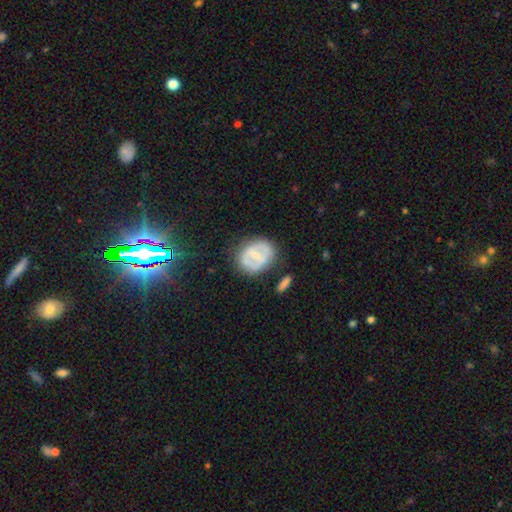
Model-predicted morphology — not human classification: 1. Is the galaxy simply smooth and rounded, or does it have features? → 57% featured or disk, 36% smooth, 7% star or artifact.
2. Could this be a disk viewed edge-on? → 95% no, 5% yes.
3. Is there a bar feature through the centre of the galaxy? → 38% weak, 31% no, 31% strong.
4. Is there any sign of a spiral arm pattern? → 68% no, 32% yes.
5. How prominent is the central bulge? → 49% small, 39% moderate, 8% none, 3% large, 1% dominant.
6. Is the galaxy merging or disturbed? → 66% none, 21% minor disturbance, 9% major disturbance, 5% merger.